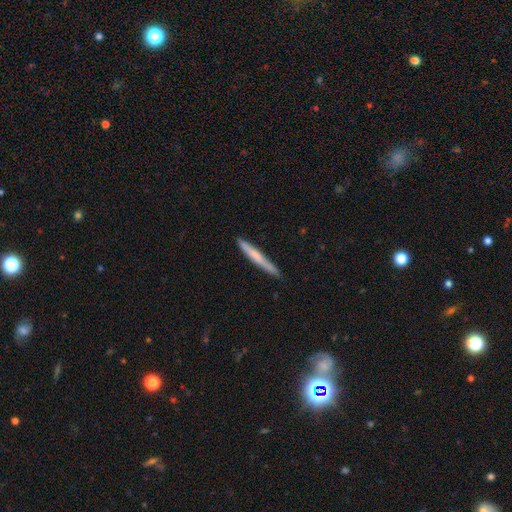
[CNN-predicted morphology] smooth_or_featured: smooth (p=0.62) [alt: featured or disk p=0.32]
how_rounded: cigar-shaped (p=0.96) [alt: in between p=0.03]
merging: none (p=0.87) [alt: minor disturbance p=0.11]